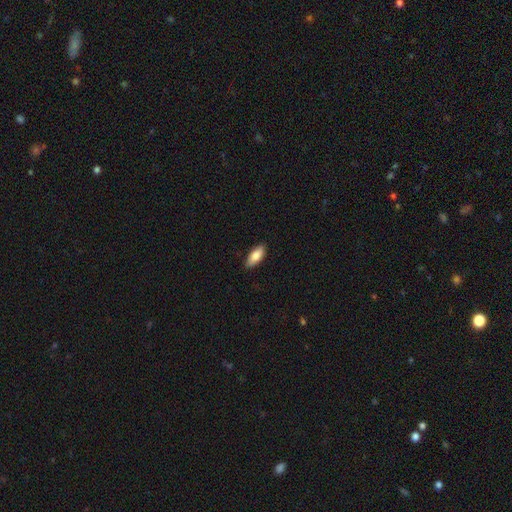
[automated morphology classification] Overall: smooth (82%). How rounded: in between (78%). Merging: none (86%).